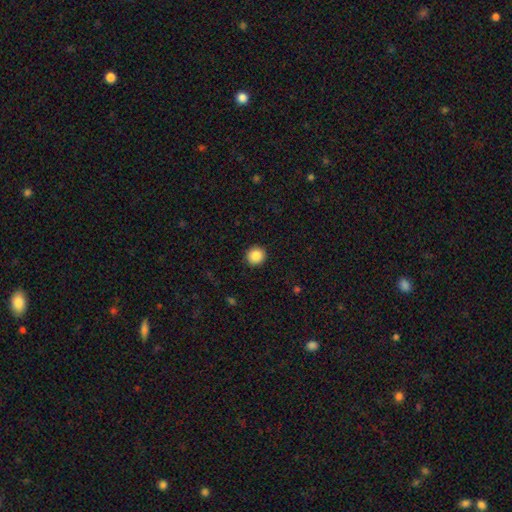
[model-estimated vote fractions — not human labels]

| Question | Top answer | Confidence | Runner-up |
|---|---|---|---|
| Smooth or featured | smooth | 88% | star or artifact (9%) |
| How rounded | round | 94% | in between (5%) |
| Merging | none | 92% | minor disturbance (5%) |